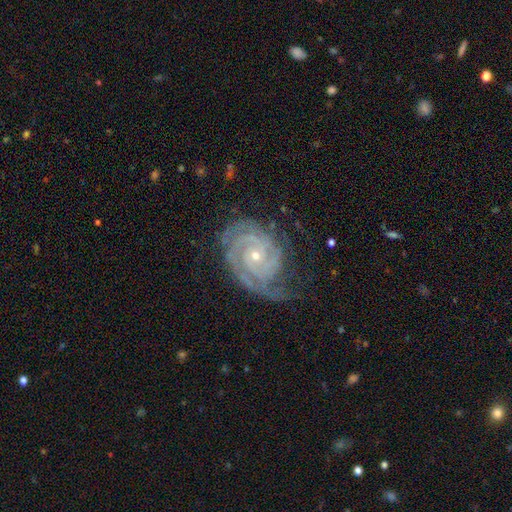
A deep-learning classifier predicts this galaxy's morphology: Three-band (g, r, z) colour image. It shows a featured or disk galaxy (92%) with no bar (71%), 2 (35%) tight (81%) spiral arms (98%) and a small central bulge (70%). Merging: none (64%).